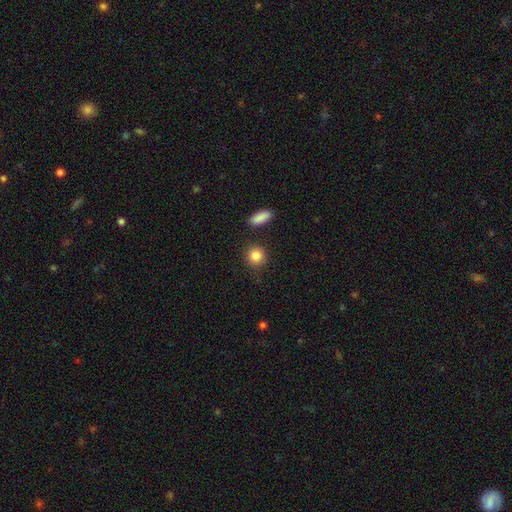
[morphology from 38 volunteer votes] Q: Smooth or featured?
A: smooth (89%); runner-up: featured or disk (5%)
Q: How rounded?
A: round (94%); runner-up: in between (3%)
Q: Merging?
A: none (94%); runner-up: minor disturbance (3%)